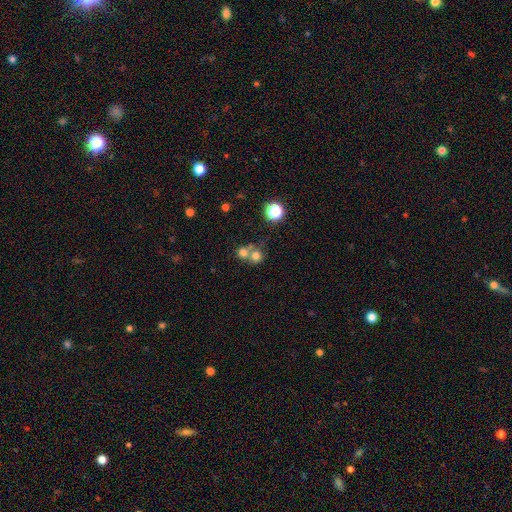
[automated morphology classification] This is likely a smooth galaxy (70%). How rounded: clearly round (86%). Merging: possibly merger (51%).